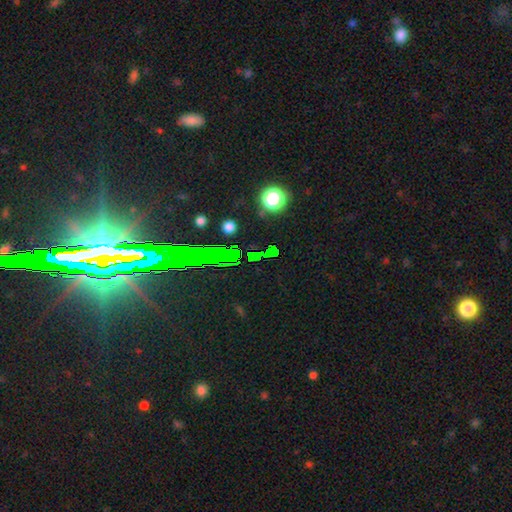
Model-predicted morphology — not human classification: Overall: star or artifact (79%).